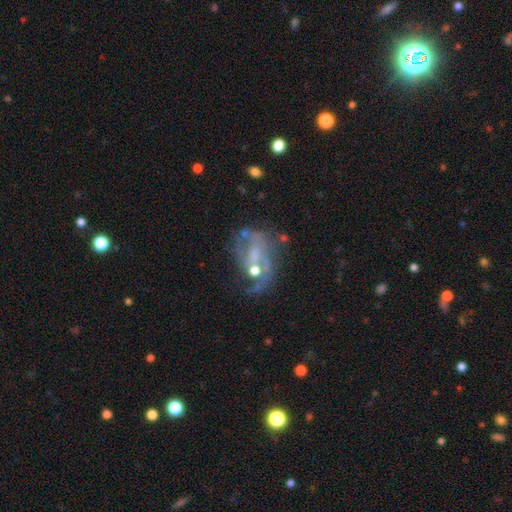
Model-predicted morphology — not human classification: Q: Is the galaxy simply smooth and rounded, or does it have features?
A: featured or disk — 70%.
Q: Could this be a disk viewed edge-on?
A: no — 97%.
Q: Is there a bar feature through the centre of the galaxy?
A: no — 55%.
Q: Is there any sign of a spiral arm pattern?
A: yes — 59%.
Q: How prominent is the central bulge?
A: moderate — 40%.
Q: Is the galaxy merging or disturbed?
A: none — 36%.